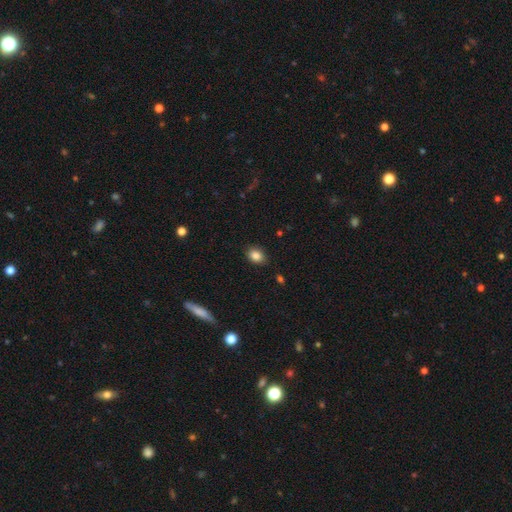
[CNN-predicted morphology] The model was most divided on "how rounded": in between: 62%, round: 36%, cigar-shaped: 1%. More confident: merging — none (88%); smooth or featured — smooth (85%).